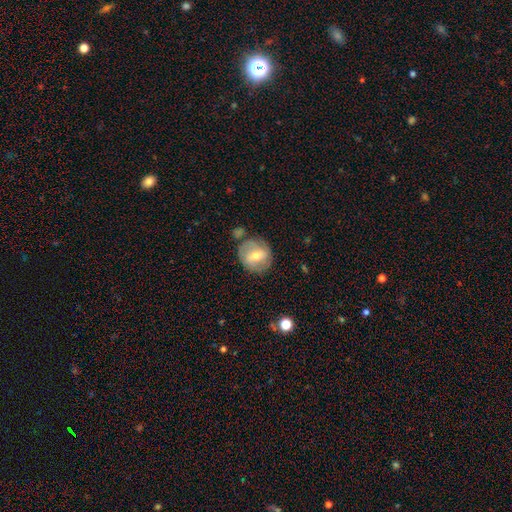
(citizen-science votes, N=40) A smooth galaxy with no disk features (45%, tied with featured or disk) that is round (67%).

Vote fractions:
- Smooth or featured? smooth: 45% (tied) / featured or disk: 45% (tied) / star or artifact: 10%
- How rounded? round: 67% / in between: 33% / cigar-shaped: 0%
- Merging? none: 56% / minor disturbance: 25% / merger: 14% / major disturbance: 6%